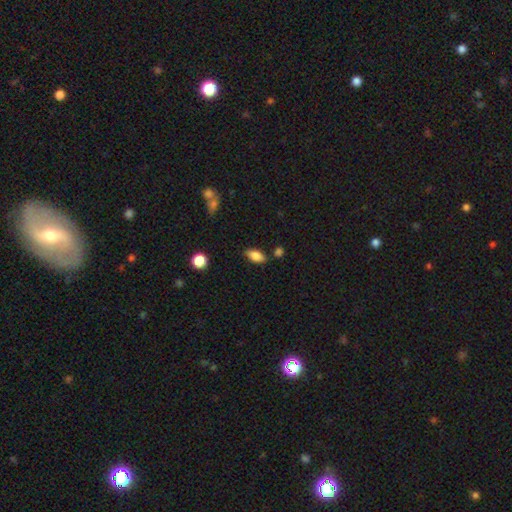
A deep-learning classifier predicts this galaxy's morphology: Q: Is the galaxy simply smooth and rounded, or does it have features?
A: smooth — 81%.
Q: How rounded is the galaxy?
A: in between — 89%.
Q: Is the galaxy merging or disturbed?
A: none — 79%.